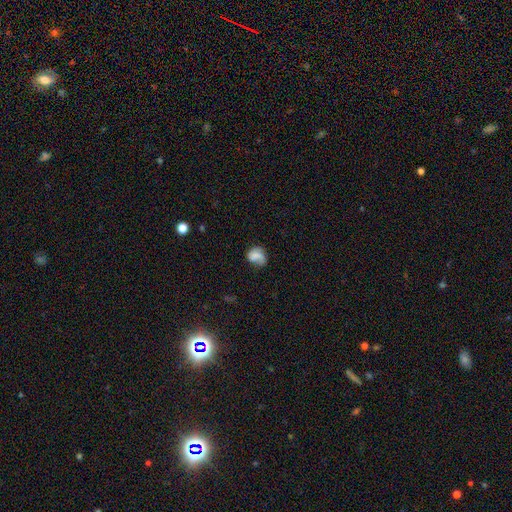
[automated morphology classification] smooth_or_featured: smooth (p=0.56) [alt: featured or disk p=0.35]
how_rounded: round (p=0.56) [alt: in between p=0.43]
merging: none (p=0.48) [alt: minor disturbance p=0.28]